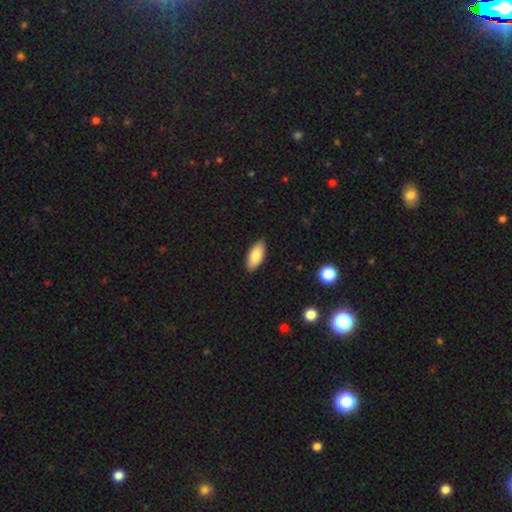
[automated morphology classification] smooth-or-featured: smooth: 85% | featured or disk: 9% | star or artifact: 6%
  how-rounded: in between: 88% | cigar-shaped: 10% | round: 2%
  merging: none: 88% | minor disturbance: 9% | major disturbance: 2% | merger: 1%